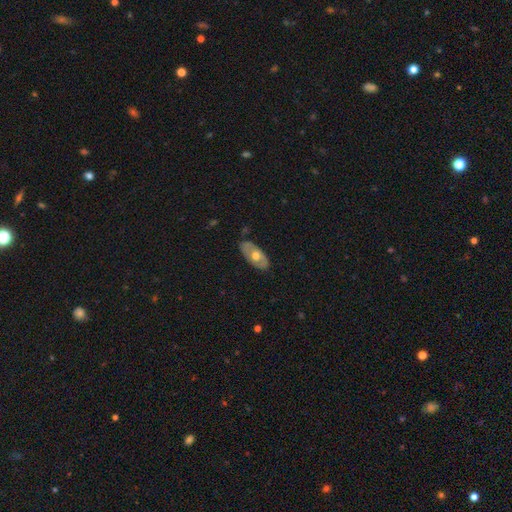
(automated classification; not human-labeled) The model was most divided on "smooth or featured": featured or disk: 51%, smooth: 44%, star or artifact: 5%. More confident: edge-on disk — no (83%); merging — none (80%).